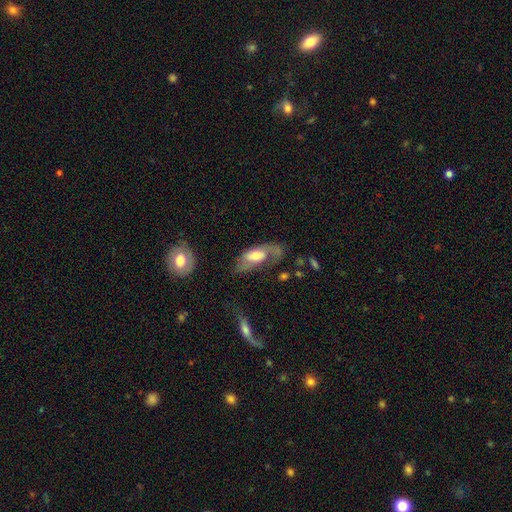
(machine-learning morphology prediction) The model was most divided on "merging": none: 38%, major disturbance: 32%, minor disturbance: 25%, merger: 5%. More confident: edge-on disk — no (87%); smooth or featured — featured or disk (54%).